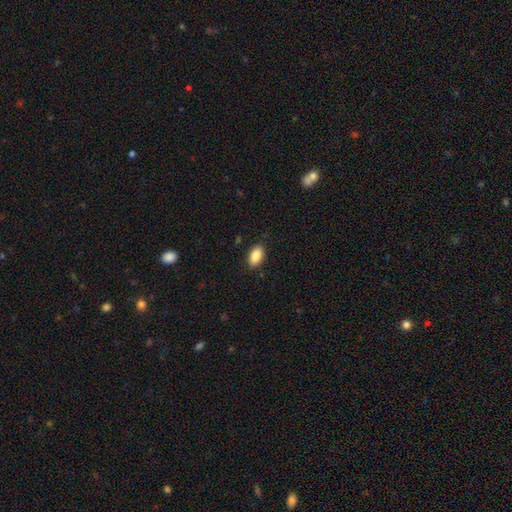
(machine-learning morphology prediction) smooth_or_featured: smooth (p=0.88) [alt: star or artifact p=0.07]
how_rounded: in between (p=0.93) [alt: round p=0.04]
merging: none (p=0.87) [alt: minor disturbance p=0.10]